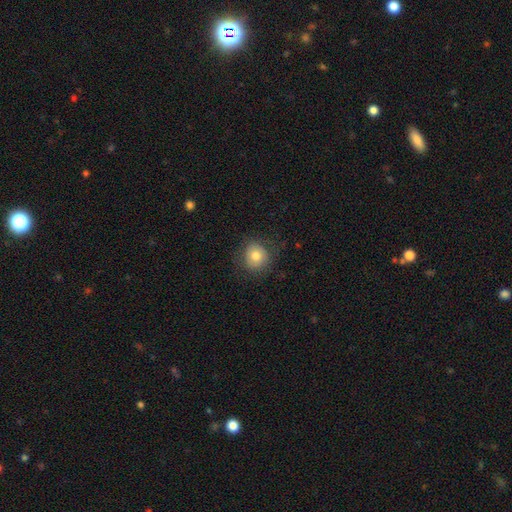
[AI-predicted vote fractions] smooth-or-featured: smooth: 76% | featured or disk: 14% | star or artifact: 9%
  how-rounded: round: 82% | in between: 17% | cigar-shaped: 1%
  merging: none: 78% | minor disturbance: 15% | major disturbance: 6% | merger: 1%